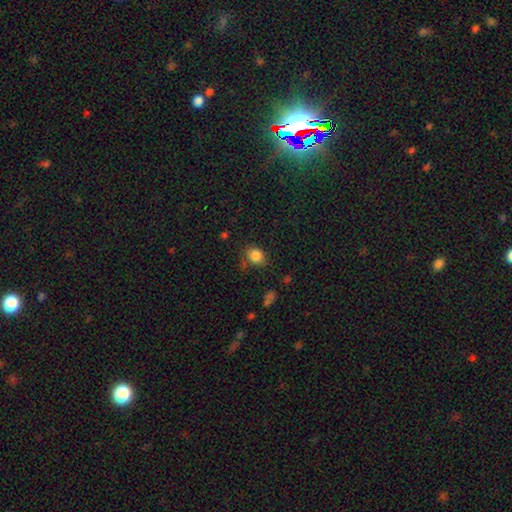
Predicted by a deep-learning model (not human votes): Q: Smooth or featured?
A: smooth (84%); runner-up: star or artifact (11%)
Q: How rounded?
A: round (58%); runner-up: in between (41%)
Q: Merging?
A: none (67%); runner-up: minor disturbance (22%)